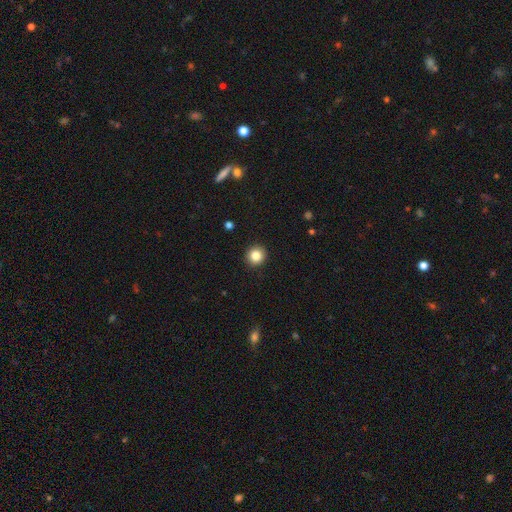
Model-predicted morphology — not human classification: Smooth or featured?
  - smooth: 85% *
  - star or artifact: 11%
  - featured or disk: 5%
How rounded?
  - round: 93% *
  - in between: 6%
  - cigar-shaped: 1%
Merging?
  - none: 93% *
  - minor disturbance: 5%
  - major disturbance: 2%
  - merger: 1%